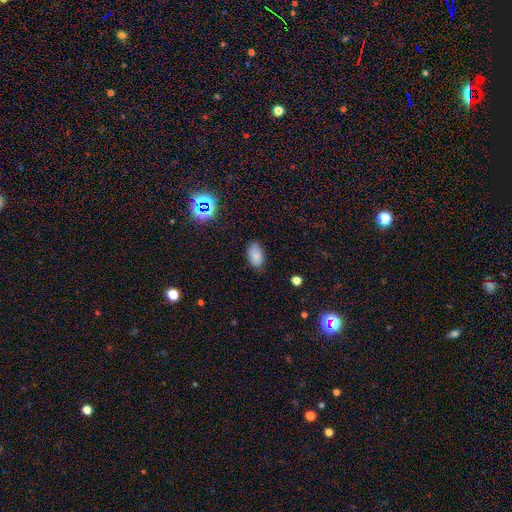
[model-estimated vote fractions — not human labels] The model was most divided on "merging": none: 80%, minor disturbance: 15%, major disturbance: 3%, merger: 1%. More confident: how rounded — in between (93%); smooth or featured — smooth (80%).